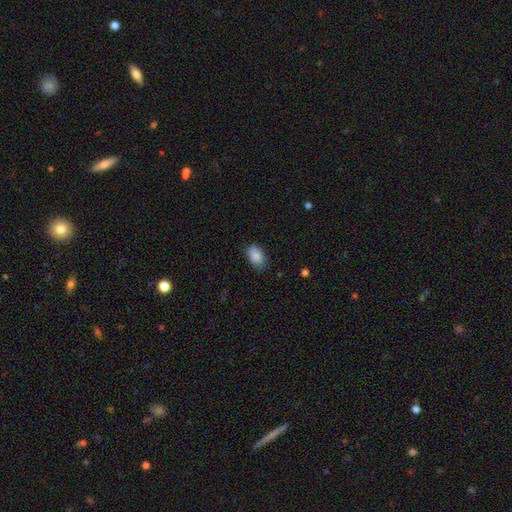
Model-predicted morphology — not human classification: type=smooth (88%); roundness=in between (89%); merging=none (80%).